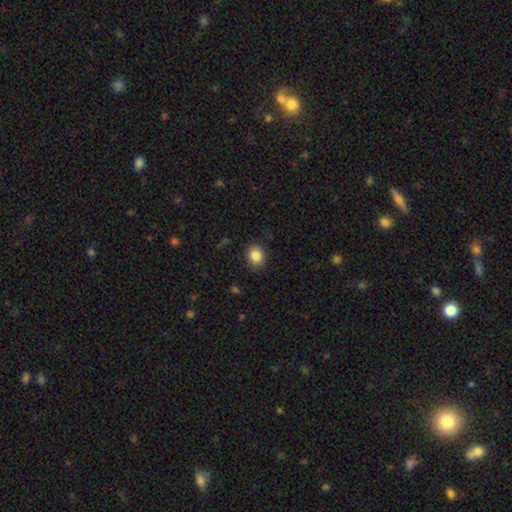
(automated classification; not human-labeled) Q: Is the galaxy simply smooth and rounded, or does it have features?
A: smooth — 85%.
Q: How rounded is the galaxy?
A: in between — 50%.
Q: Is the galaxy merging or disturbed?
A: none — 86%.